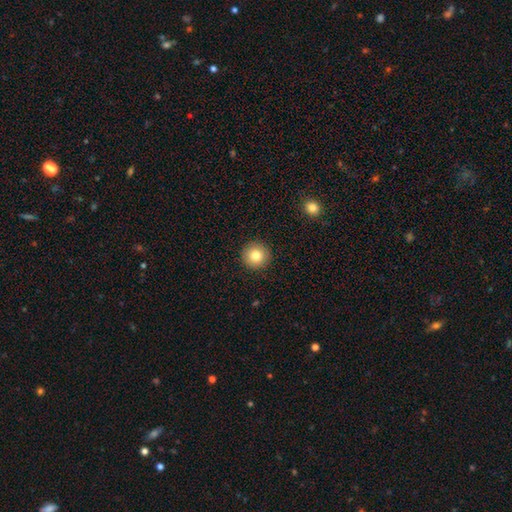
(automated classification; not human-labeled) This is clearly a smooth galaxy (81%). How rounded: clearly round (96%). Merging: clearly none (93%).